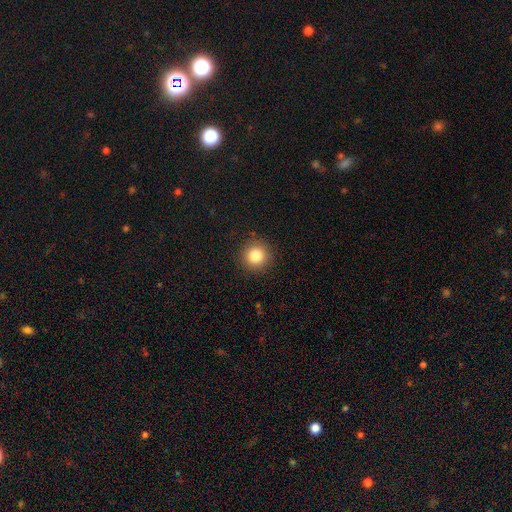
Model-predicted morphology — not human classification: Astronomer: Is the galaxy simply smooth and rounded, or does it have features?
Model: smooth — 83%.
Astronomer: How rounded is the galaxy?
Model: round — 95%.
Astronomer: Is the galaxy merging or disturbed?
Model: none — 91%.